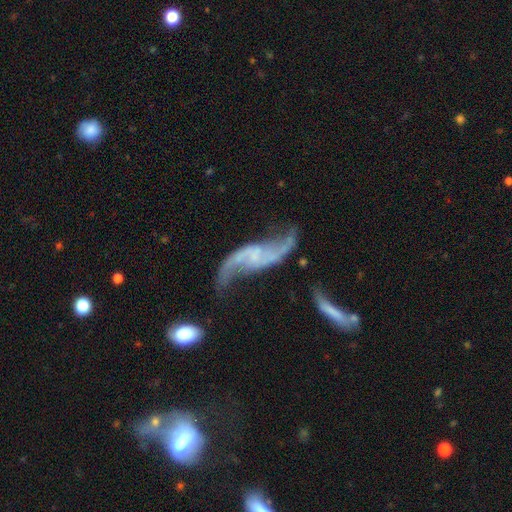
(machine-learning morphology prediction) Smooth or featured: featured or disk — 88% (smooth — 6%)
Edge-on disk: no — 94% (yes — 6%)
Bar: no — 47% (weak — 37%)
Spiral arms: yes — 95% (no — 5%)
Spiral winding: loose — 90% (medium — 7%)
Spiral arm count: 2 — 93% (can't tell — 2%)
Bulge size: none — 46% (small — 42%)
Merging: none — 56% (minor disturbance — 19%)